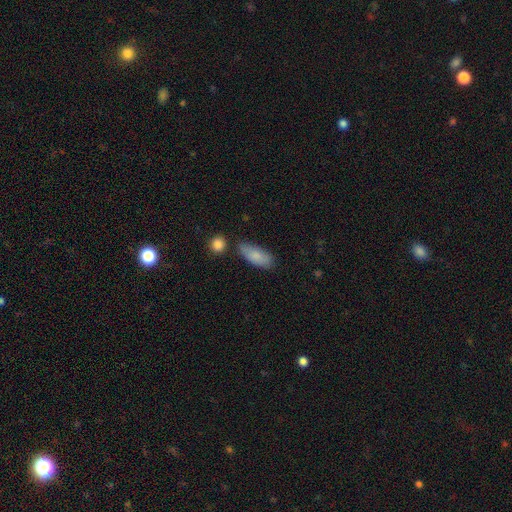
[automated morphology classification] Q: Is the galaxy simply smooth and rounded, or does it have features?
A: smooth — 83%.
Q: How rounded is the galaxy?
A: in between — 83%.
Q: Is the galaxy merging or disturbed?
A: none — 69%.